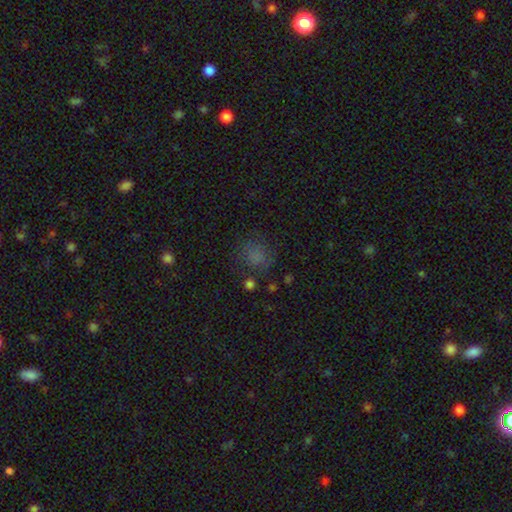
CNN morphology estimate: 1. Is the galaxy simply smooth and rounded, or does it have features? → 69% smooth, 20% star or artifact, 11% featured or disk.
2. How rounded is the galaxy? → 81% round, 18% in between, 1% cigar-shaped.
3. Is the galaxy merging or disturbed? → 66% none, 19% minor disturbance, 11% major disturbance, 4% merger.